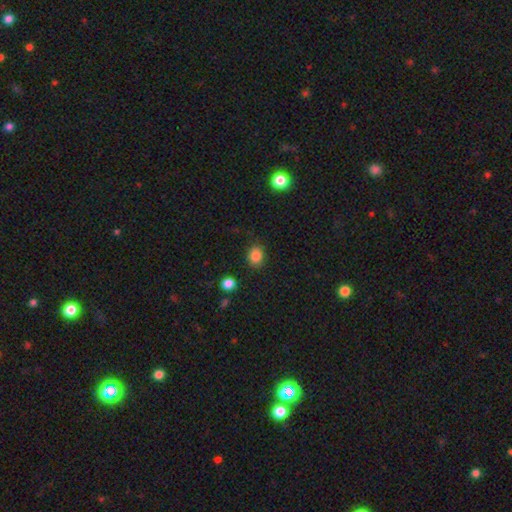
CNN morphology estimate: Smooth or featured?
  - smooth: 85% *
  - star or artifact: 11%
  - featured or disk: 4%
How rounded?
  - round: 59% *
  - in between: 40%
  - cigar-shaped: 1%
Merging?
  - none: 85% *
  - minor disturbance: 10%
  - major disturbance: 3%
  - merger: 2%